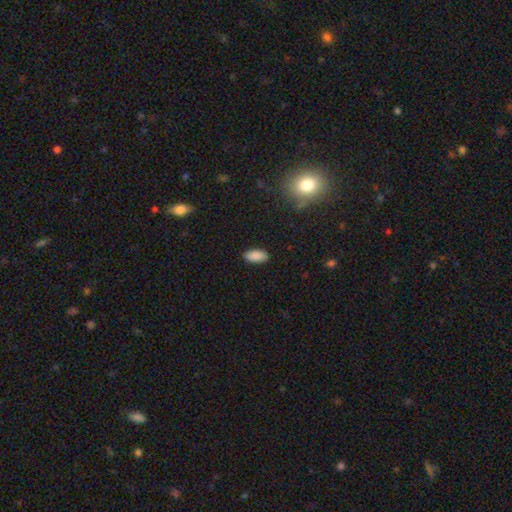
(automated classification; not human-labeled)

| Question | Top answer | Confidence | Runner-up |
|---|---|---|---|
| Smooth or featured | smooth | 89% | star or artifact (7%) |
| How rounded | in between | 92% | cigar-shaped (6%) |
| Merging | none | 88% | minor disturbance (9%) |